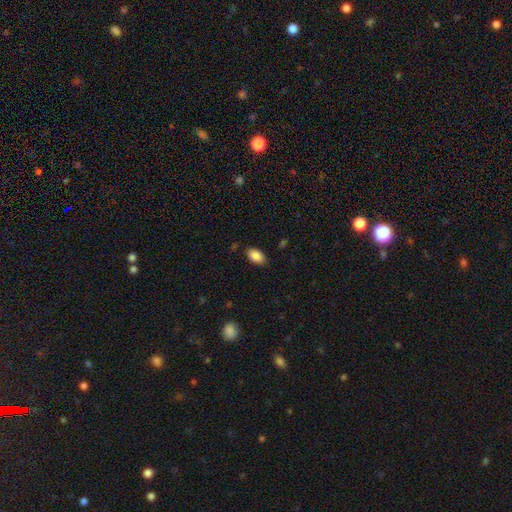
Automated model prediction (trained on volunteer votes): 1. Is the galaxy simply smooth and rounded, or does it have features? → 88% smooth, 8% star or artifact, 4% featured or disk.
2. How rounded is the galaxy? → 93% in between, 6% round, 2% cigar-shaped.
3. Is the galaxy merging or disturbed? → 85% none, 11% minor disturbance, 3% major disturbance, 1% merger.